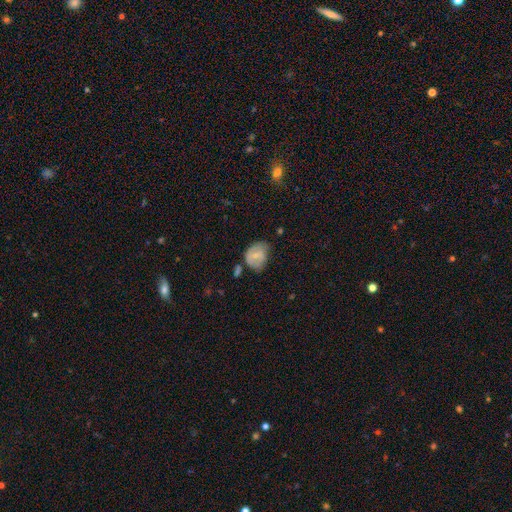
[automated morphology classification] This appears to be a smooth galaxy with no disk features (58%) that is in between round and cigar-shaped (57%). Merging: none (39%, tied with minor disturbance).